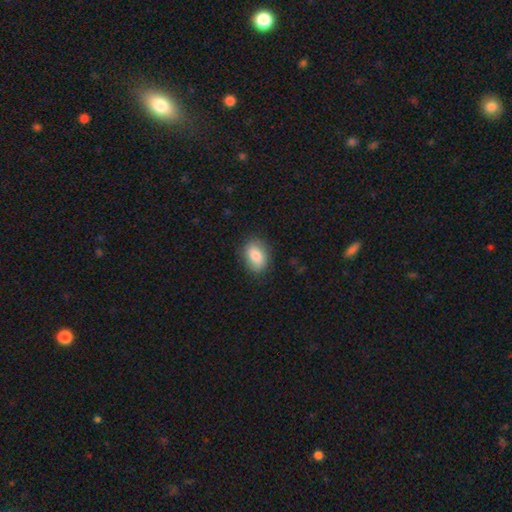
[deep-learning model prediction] A smooth galaxy with no disk features (81%) that is in between round and cigar-shaped (80%). Merging: none (82%).